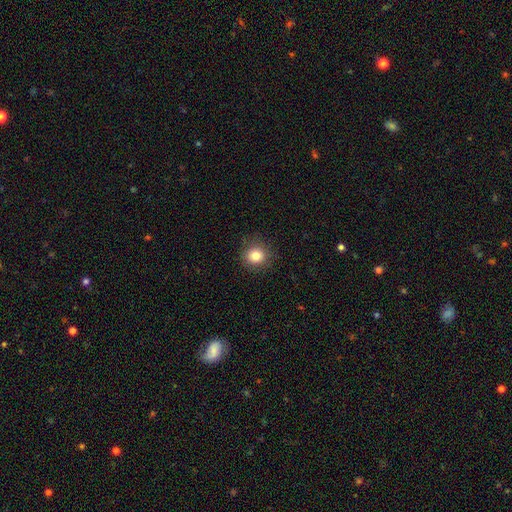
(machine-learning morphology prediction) smooth 81%, star or artifact 12%, featured or disk 7%. Down the decision tree: how rounded — round (89%); merging — none (88%).